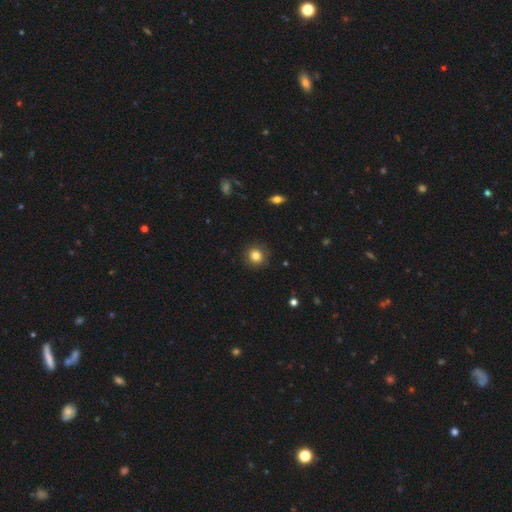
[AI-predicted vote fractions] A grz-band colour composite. It shows a smooth galaxy with no disk features (84%) that is round (90%). Merging: none (89%).